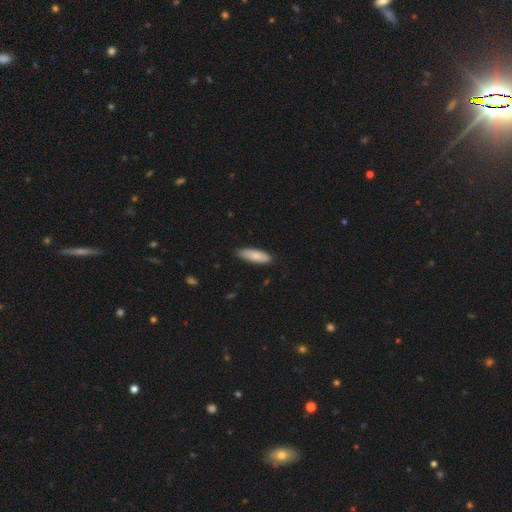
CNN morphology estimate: Smooth or featured?
  - smooth: 84% *
  - featured or disk: 10%
  - star or artifact: 6%
How rounded?
  - in between: 54% *
  - cigar-shaped: 44%
  - round: 2%
Merging?
  - none: 84% *
  - minor disturbance: 13%
  - major disturbance: 2%
  - merger: 1%